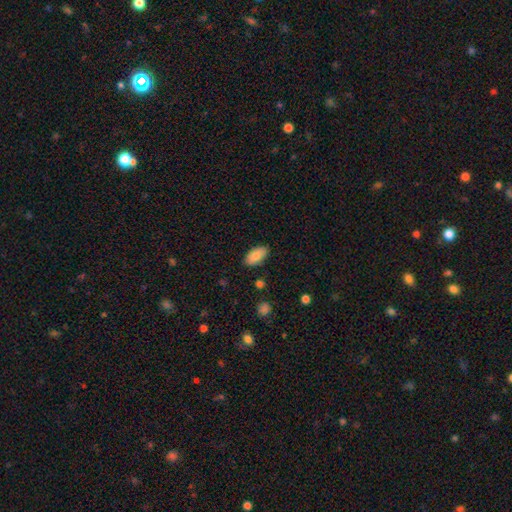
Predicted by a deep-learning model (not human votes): Overall: smooth (82%). How rounded: in between (92%). Merging: none (86%).